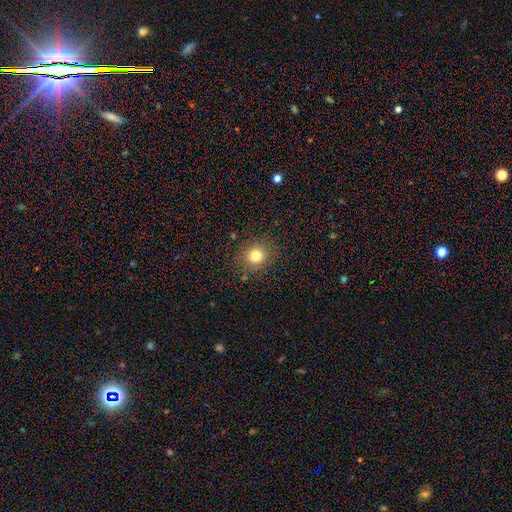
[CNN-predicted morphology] Smooth or featured? smooth (78%)
How rounded? round (85%)
Merging? none (86%)